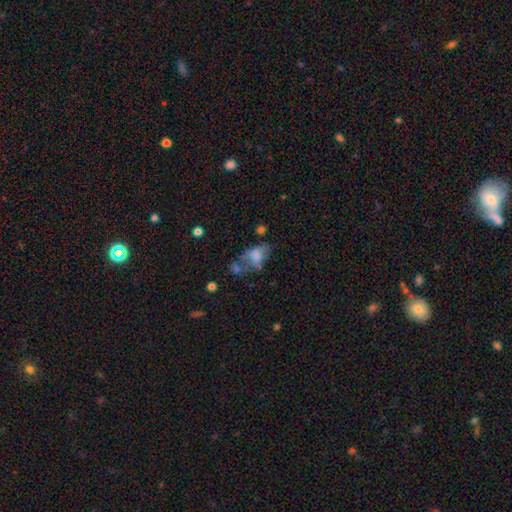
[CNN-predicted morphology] Overall: smooth (61%; featured or disk 27%). How rounded: in between (87%). Merging: major disturbance (30%; none 25%).